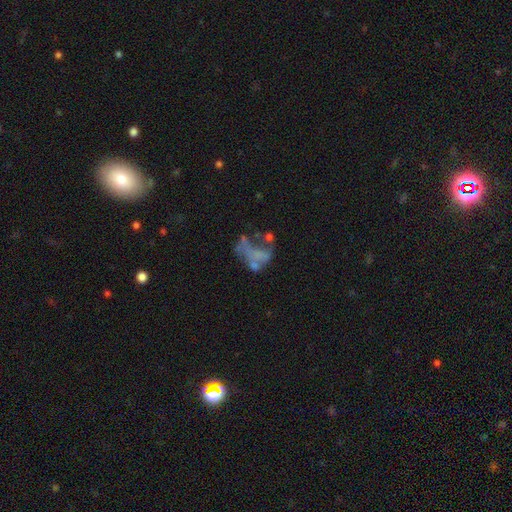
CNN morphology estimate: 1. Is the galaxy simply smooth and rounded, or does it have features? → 53% featured or disk, 30% smooth, 17% star or artifact.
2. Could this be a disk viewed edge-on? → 98% no, 2% yes.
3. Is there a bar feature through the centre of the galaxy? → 92% no, 6% weak, 3% strong.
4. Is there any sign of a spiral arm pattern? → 92% no, 8% yes.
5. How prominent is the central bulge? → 84% none, 8% small, 5% moderate, 2% large, 1% dominant.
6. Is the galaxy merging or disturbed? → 41% major disturbance, 26% none, 20% merger, 13% minor disturbance.